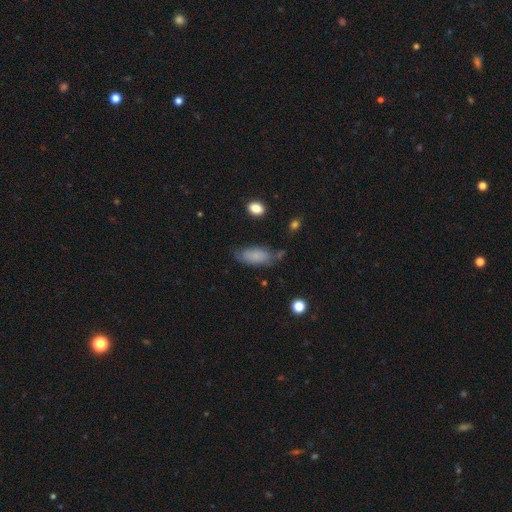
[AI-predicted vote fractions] The model was most divided on "merging": none: 61%, minor disturbance: 27%, major disturbance: 8%, merger: 4%. More confident: how rounded — in between (85%); smooth or featured — smooth (76%).